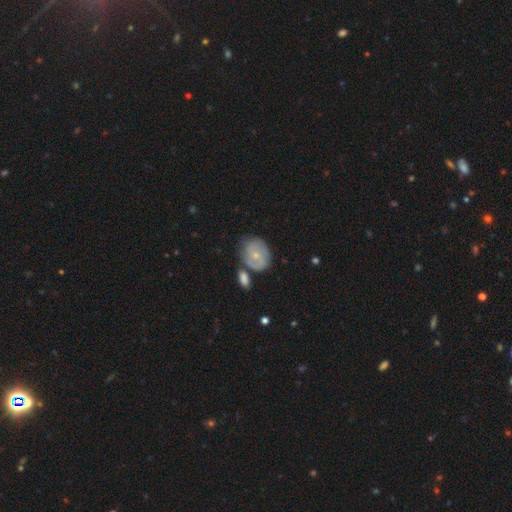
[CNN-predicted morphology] type=featured or disk (53%); edge-on=no (97%); bar=no (70%); spiral arms=yes (72%); bulge=small (70%); merging=none (56%).